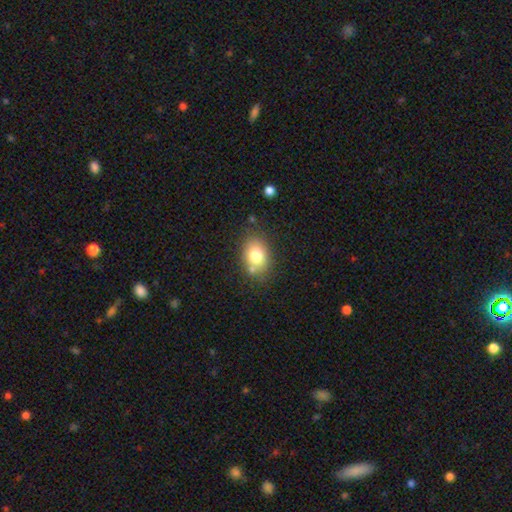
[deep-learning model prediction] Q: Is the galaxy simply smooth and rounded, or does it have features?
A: smooth — 78%.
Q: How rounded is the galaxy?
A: in between — 70%.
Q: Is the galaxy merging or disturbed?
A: none — 74%.